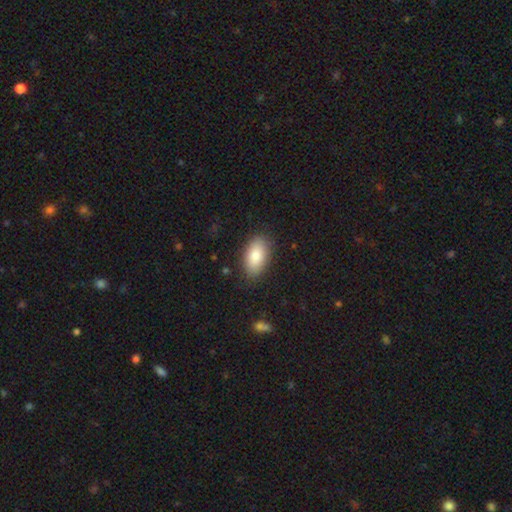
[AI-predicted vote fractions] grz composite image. It shows a smooth galaxy with no disk features (83%) that is in between round and cigar-shaped (94%). Merging: none (85%).